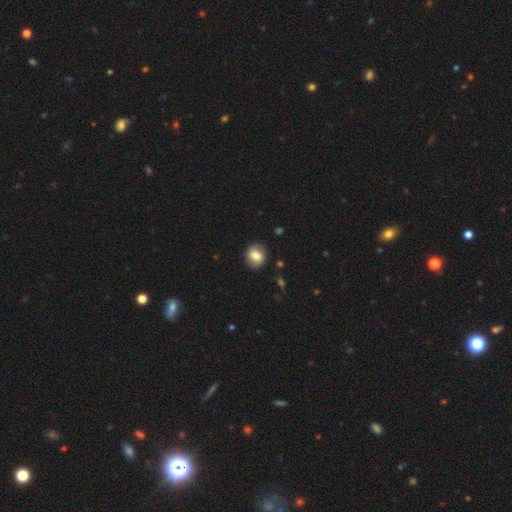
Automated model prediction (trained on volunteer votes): smooth_or_featured: smooth (p=0.73) [alt: featured or disk p=0.19]
how_rounded: round (p=0.71) [alt: in between p=0.28]
merging: none (p=0.86) [alt: minor disturbance p=0.10]